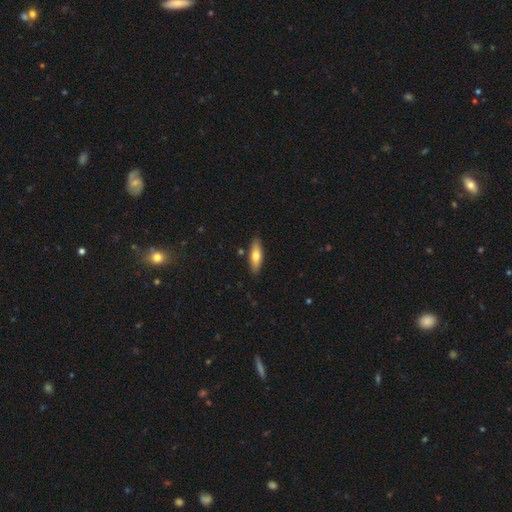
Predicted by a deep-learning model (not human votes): A smooth galaxy with no disk features (67%) that is cigar-shaped (52%). Merging: none (86%).